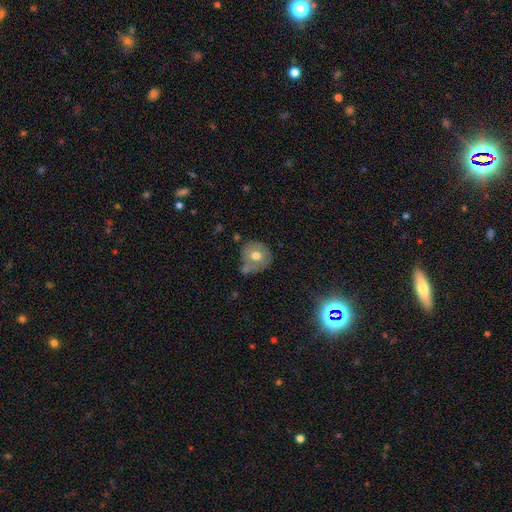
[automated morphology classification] This is likely a smooth galaxy (68%). How rounded: clearly round (86%). Merging: possibly none (54%).